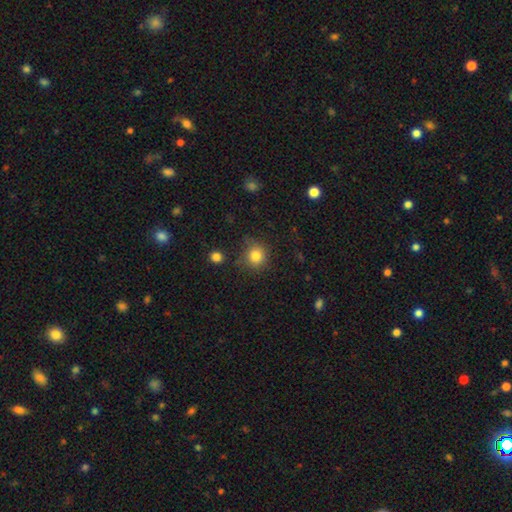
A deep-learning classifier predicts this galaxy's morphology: Q: Smooth or featured?
A: smooth (82%); runner-up: star or artifact (12%)
Q: How rounded?
A: round (89%); runner-up: in between (10%)
Q: Merging?
A: none (76%); runner-up: minor disturbance (16%)